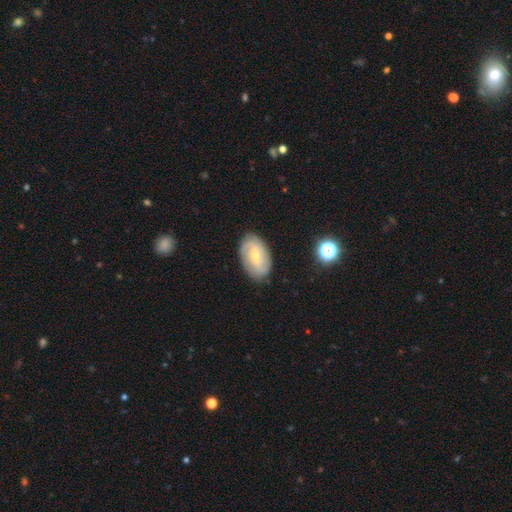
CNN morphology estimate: Smooth or featured: featured or disk — 71% (smooth — 22%)
Edge-on disk: no — 96% (yes — 4%)
Bar: no — 49% (weak — 41%)
Spiral arms: yes — 91% (no — 9%)
Spiral winding: tight — 44% (medium — 38%)
Spiral arm count: 2 — 34% (can't tell — 31%)
Bulge size: small — 71% (moderate — 26%)
Merging: none — 82% (minor disturbance — 14%)